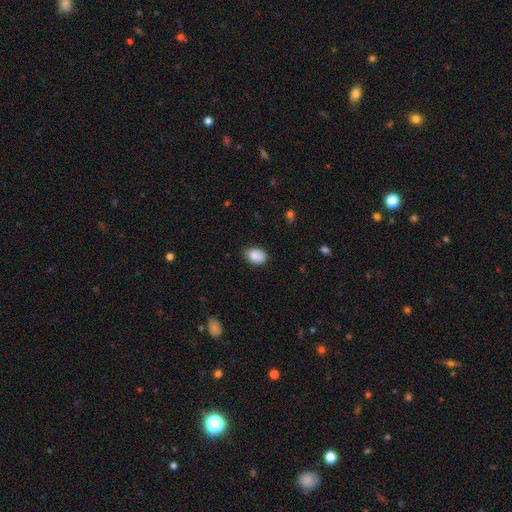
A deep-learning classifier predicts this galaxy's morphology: smooth 86%, star or artifact 8%, featured or disk 6%. Down the decision tree: how rounded — in between (79%); merging — none (74%).